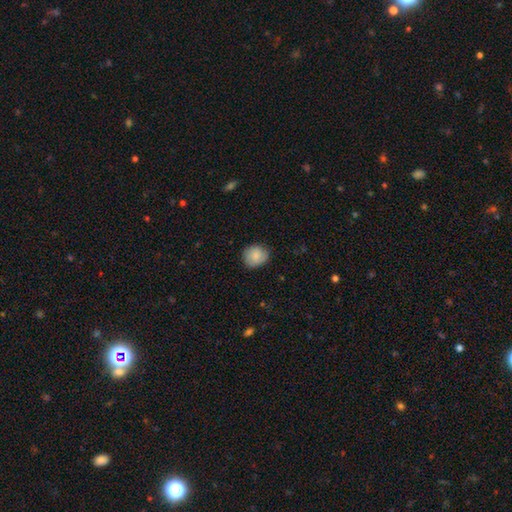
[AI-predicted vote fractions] A smooth galaxy with no disk features (86%) that is round (81%). Merging: none (80%).